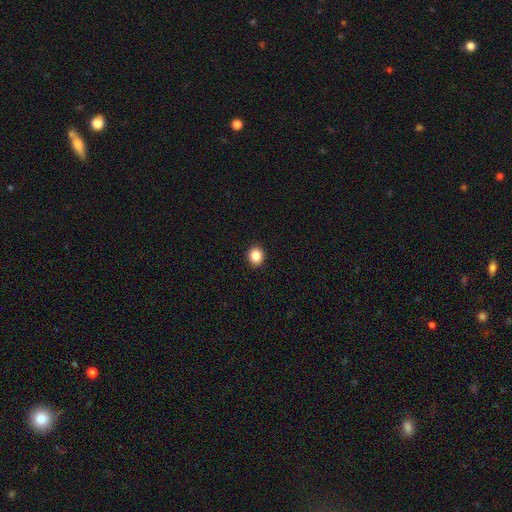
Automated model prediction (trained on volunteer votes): This is clearly a smooth galaxy (87%). How rounded: clearly round (83%). Merging: clearly none (93%).